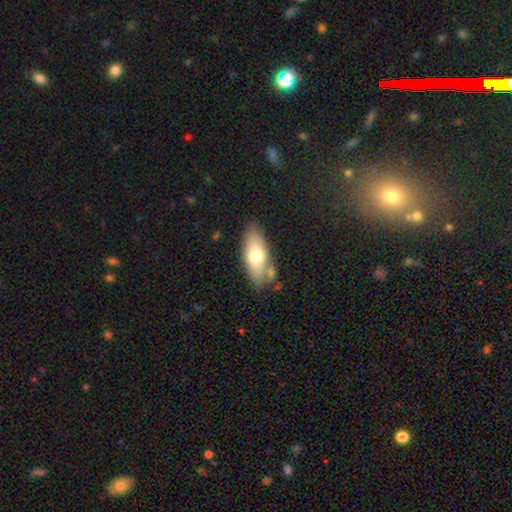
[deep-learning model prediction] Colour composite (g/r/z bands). It shows a smooth galaxy with no disk features (70%) that is in between round and cigar-shaped (79%). Merging: none (71%).